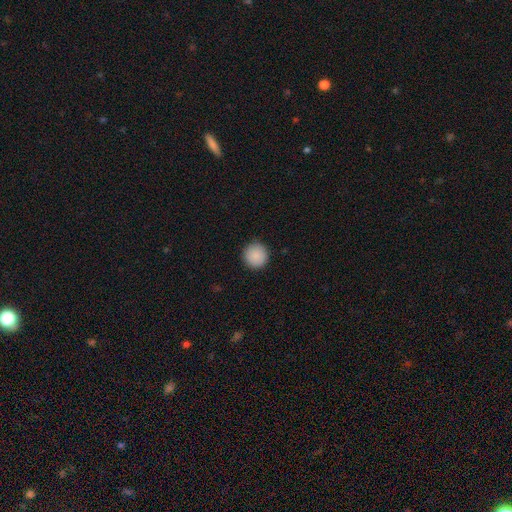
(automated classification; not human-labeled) This appears to be a smooth galaxy with no disk features (89%) that is round (95%). Merging: none (91%).